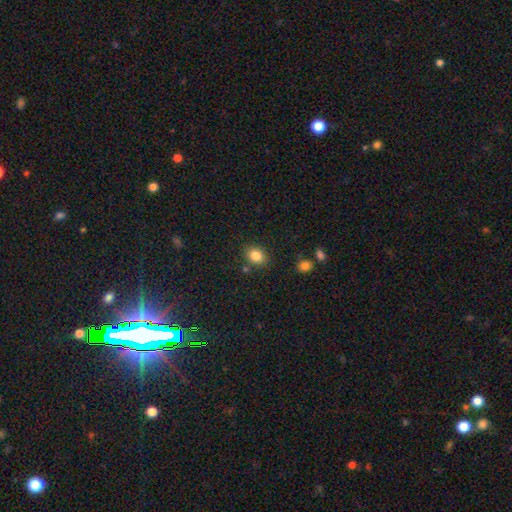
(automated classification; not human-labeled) This is clearly a smooth galaxy (85%). How rounded: possibly in between (51%). Merging: clearly none (82%).